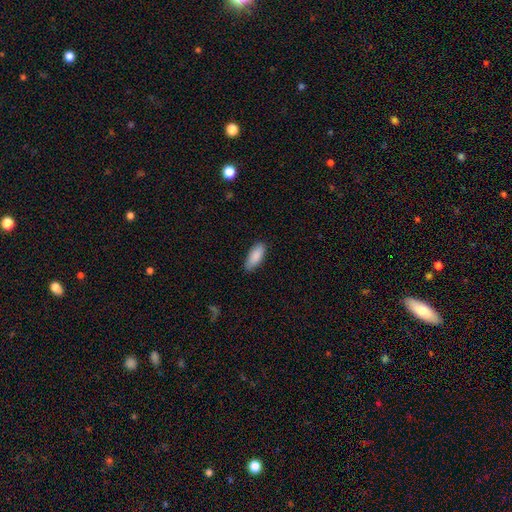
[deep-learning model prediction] This is clearly a smooth galaxy (88%). How rounded: likely in between (80%). Merging: clearly none (84%).